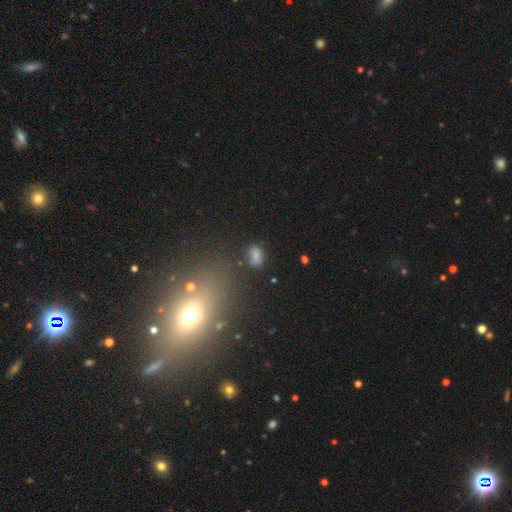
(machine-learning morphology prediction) smooth_or_featured: smooth (p=0.70) [alt: star or artifact p=0.17]
how_rounded: in between (p=0.82) [alt: round p=0.16]
merging: none (p=0.59) [alt: minor disturbance p=0.21]